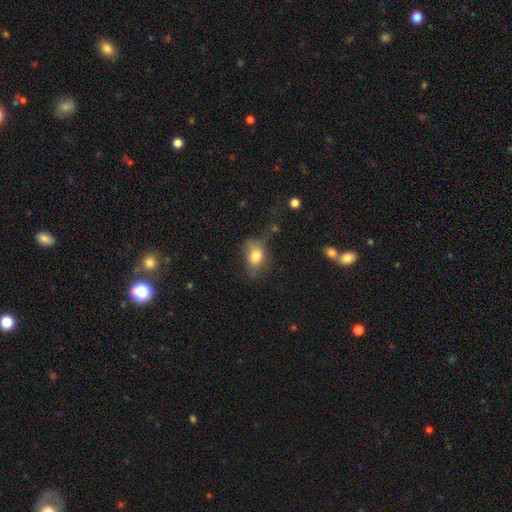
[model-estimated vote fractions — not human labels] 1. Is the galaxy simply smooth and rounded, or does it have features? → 75% smooth, 15% featured or disk, 10% star or artifact.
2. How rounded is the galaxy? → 74% in between, 23% round, 3% cigar-shaped.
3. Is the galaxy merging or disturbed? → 49% none, 29% minor disturbance, 18% major disturbance, 4% merger.